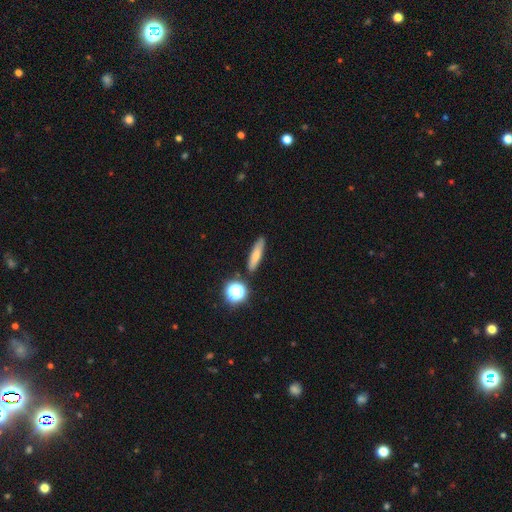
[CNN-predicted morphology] Smooth or featured: smooth — 69% (featured or disk — 19%)
How rounded: cigar-shaped — 70% (in between — 22%)
Merging: none — 85% (minor disturbance — 9%)